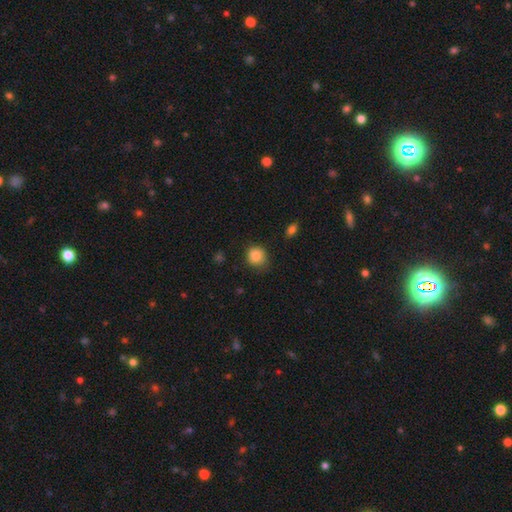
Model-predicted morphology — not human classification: Q: Smooth or featured?
A: smooth (86%); runner-up: star or artifact (10%)
Q: How rounded?
A: round (86%); runner-up: in between (14%)
Q: Merging?
A: none (75%); runner-up: minor disturbance (19%)